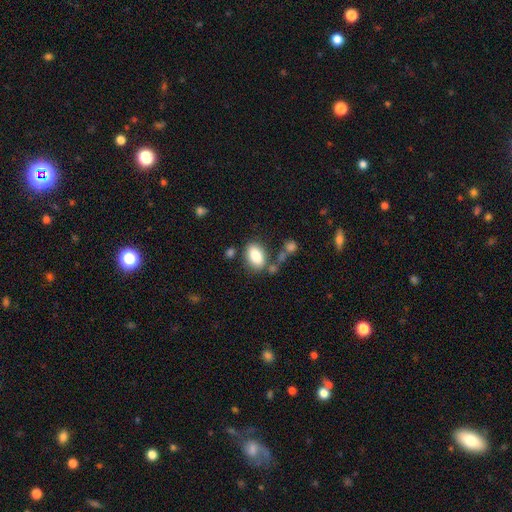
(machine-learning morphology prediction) A smooth galaxy with no disk features (84%) that is in between round and cigar-shaped (89%).

Vote fractions:
- Smooth or featured? smooth: 84% / featured or disk: 8% / star or artifact: 8%
- How rounded? in between: 89% / round: 9% / cigar-shaped: 2%
- Merging? none: 68% / minor disturbance: 15% / merger: 11% / major disturbance: 6%